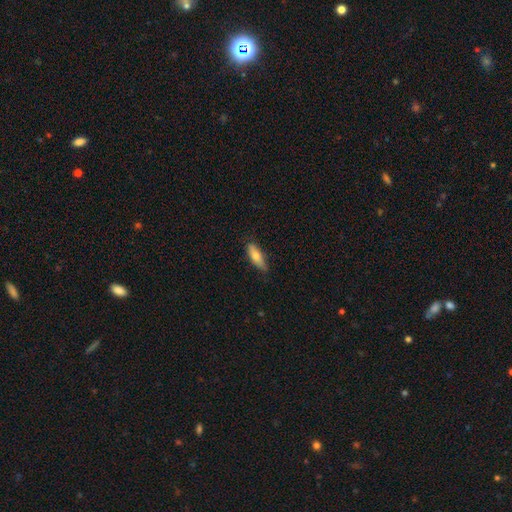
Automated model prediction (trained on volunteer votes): The model was most divided on "how rounded": in between: 56%, cigar-shaped: 42%, round: 2%. More confident: smooth or featured — smooth (77%); merging — none (73%).